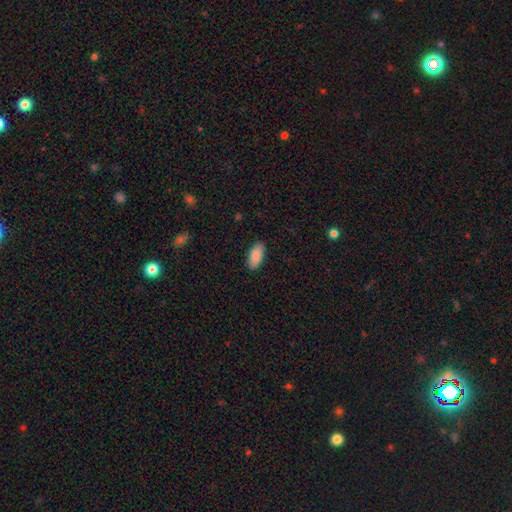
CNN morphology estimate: Smooth or featured? smooth (88%)
How rounded? in between (90%)
Merging? none (87%)